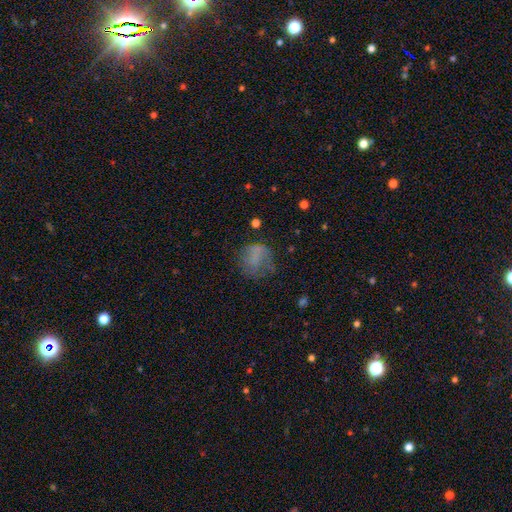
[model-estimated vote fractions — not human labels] This appears to be a smooth galaxy with no disk features (61%) that is round (67%). Merging: none (45%).